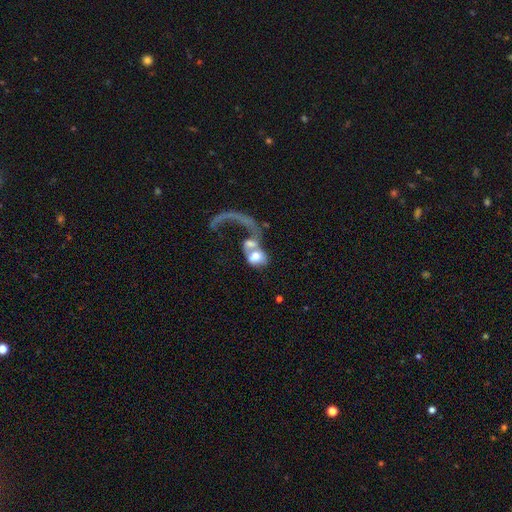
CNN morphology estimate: smooth-or-featured: smooth: 47% | featured or disk: 44% | star or artifact: 9%
  merging: merger: 58% | major disturbance: 27% | none: 10% | minor disturbance: 5%